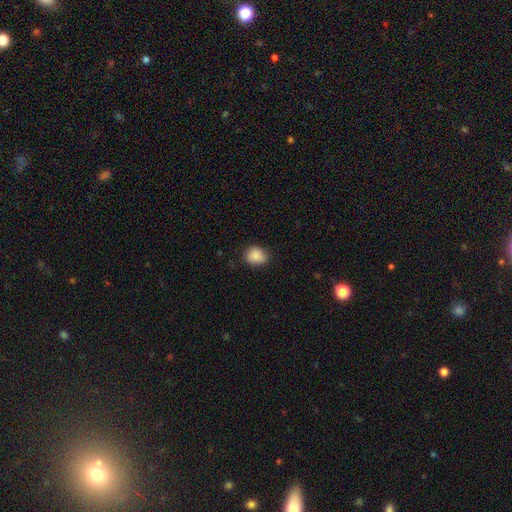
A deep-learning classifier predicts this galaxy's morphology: smooth 88%, star or artifact 8%, featured or disk 4%. Down the decision tree: how rounded — round (59%); merging — none (83%).